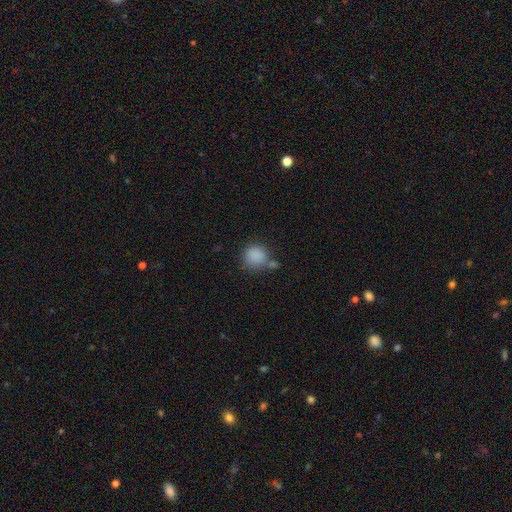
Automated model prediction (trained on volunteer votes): Smooth or featured?
  - smooth: 85% *
  - star or artifact: 10%
  - featured or disk: 5%
How rounded?
  - round: 87% *
  - in between: 12%
  - cigar-shaped: 1%
Merging?
  - none: 59% *
  - merger: 18%
  - minor disturbance: 16%
  - major disturbance: 7%